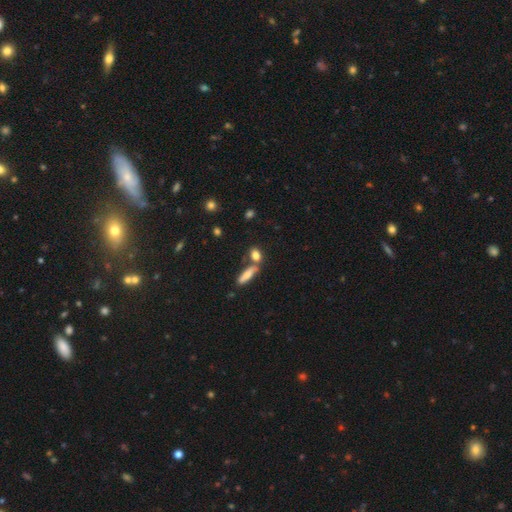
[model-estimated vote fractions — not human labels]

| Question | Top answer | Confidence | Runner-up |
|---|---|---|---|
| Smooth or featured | smooth | 77% | featured or disk (12%) |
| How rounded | in between | 59% | round (23%) |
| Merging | none | 56% | merger (28%) |